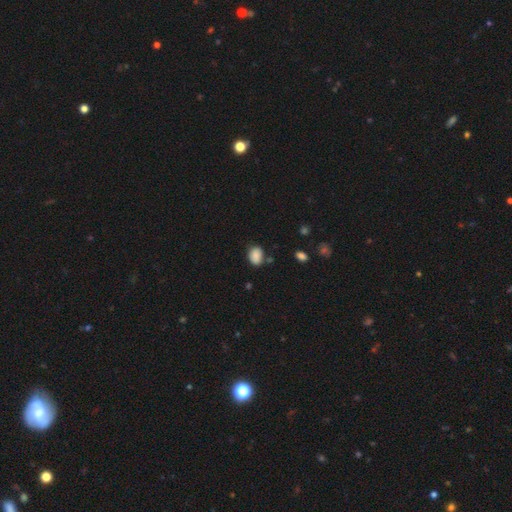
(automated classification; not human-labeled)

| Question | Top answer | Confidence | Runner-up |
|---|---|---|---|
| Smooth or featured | smooth | 87% | star or artifact (9%) |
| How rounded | in between | 66% | round (33%) |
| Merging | none | 71% | minor disturbance (19%) |